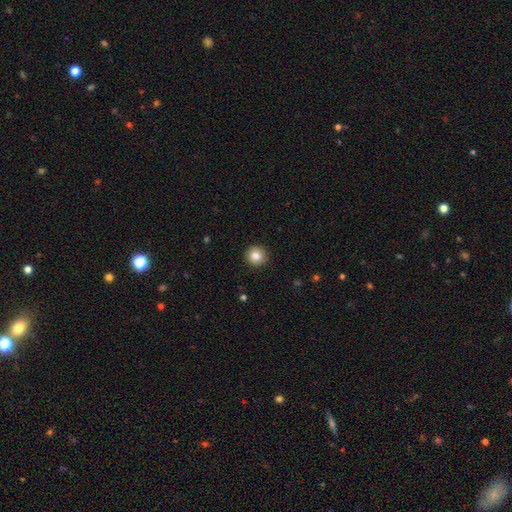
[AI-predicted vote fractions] smooth-or-featured: smooth: 84% | star or artifact: 10% | featured or disk: 7%
  how-rounded: round: 94% | in between: 5% | cigar-shaped: 1%
  merging: none: 92% | minor disturbance: 5% | major disturbance: 2% | merger: 1%